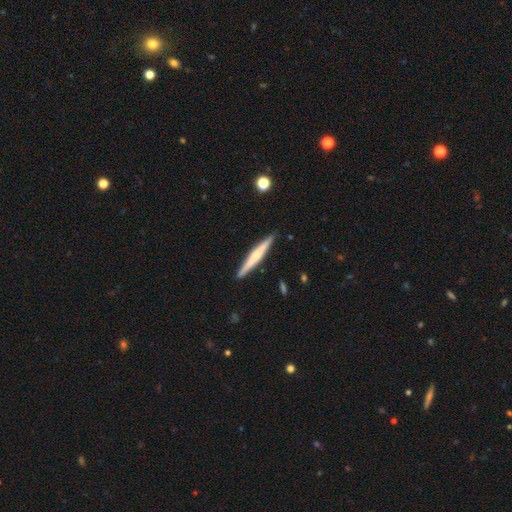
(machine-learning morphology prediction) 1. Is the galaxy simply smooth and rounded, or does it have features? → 58% featured or disk, 37% smooth, 5% star or artifact.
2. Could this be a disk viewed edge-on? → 98% yes, 2% no.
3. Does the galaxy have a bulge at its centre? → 61% rounded, 27% none, 11% boxy.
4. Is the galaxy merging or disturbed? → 91% none, 7% minor disturbance, 1% merger, 1% major disturbance.